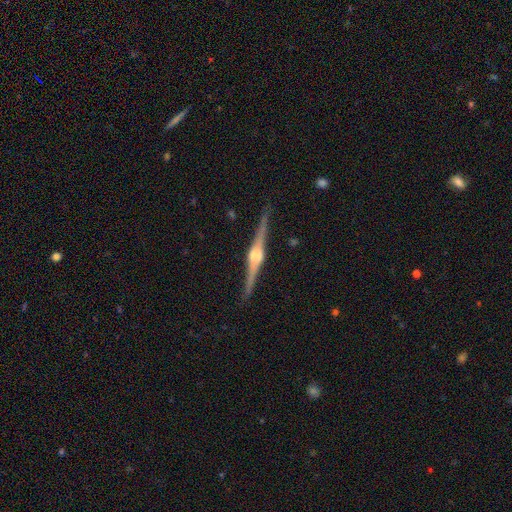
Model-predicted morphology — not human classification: The model was most divided on "edge-on bulge": rounded: 84%, boxy: 14%, none: 3%. More confident: edge-on disk — yes (98%); merging — none (88%); smooth or featured — featured or disk (86%).